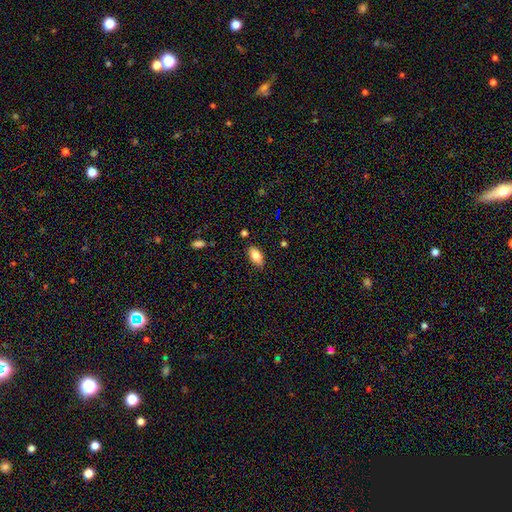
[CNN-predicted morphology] type=smooth (81%); roundness=in between (90%); merging=none (85%).